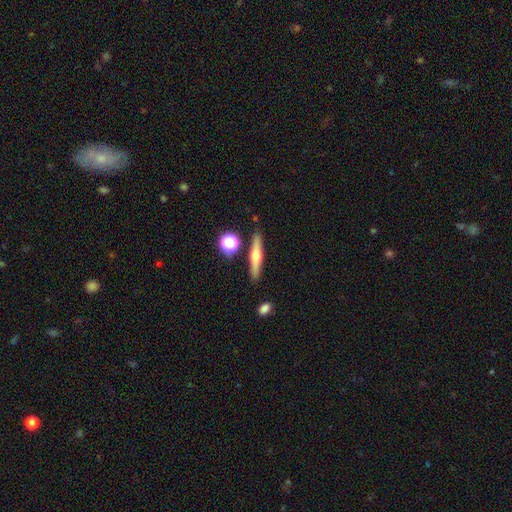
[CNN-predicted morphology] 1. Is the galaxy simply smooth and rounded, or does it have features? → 52% featured or disk, 40% smooth, 8% star or artifact.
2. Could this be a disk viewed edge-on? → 94% yes, 6% no.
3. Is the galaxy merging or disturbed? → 85% none, 8% minor disturbance, 5% merger, 2% major disturbance.